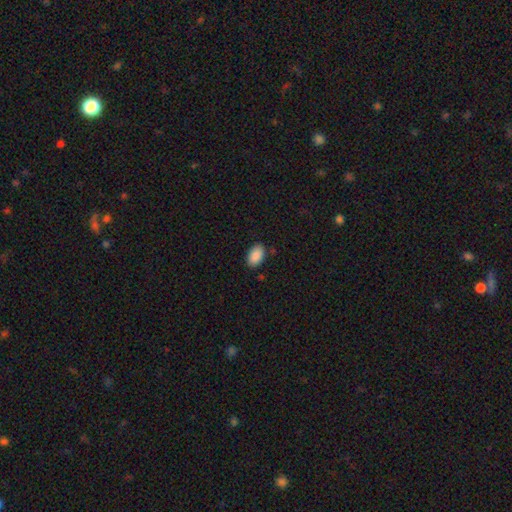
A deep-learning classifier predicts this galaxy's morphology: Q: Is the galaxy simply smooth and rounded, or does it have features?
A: smooth — 90%.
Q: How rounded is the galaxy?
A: in between — 92%.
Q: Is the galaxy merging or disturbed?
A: none — 86%.